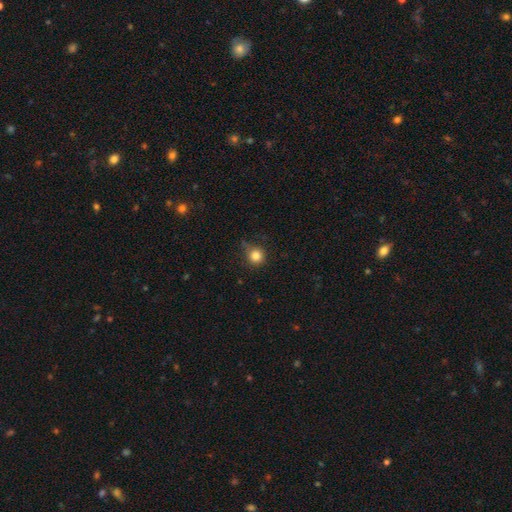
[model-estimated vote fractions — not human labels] This appears to be a smooth galaxy with no disk features (83%) that is round (93%). Merging: none (75%).